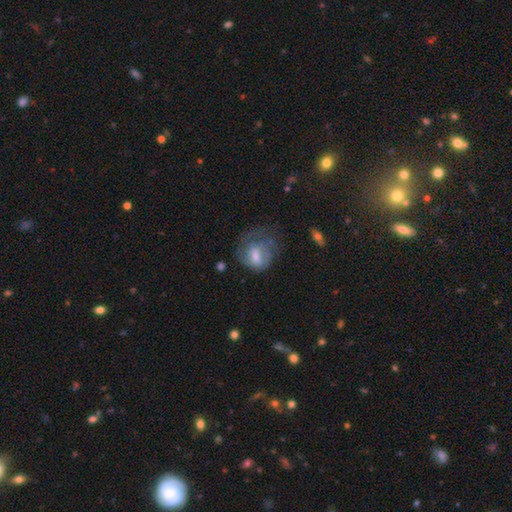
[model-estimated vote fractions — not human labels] Morphology: type=smooth (52%); roundness=in between (50%); merging=major disturbance (42%).